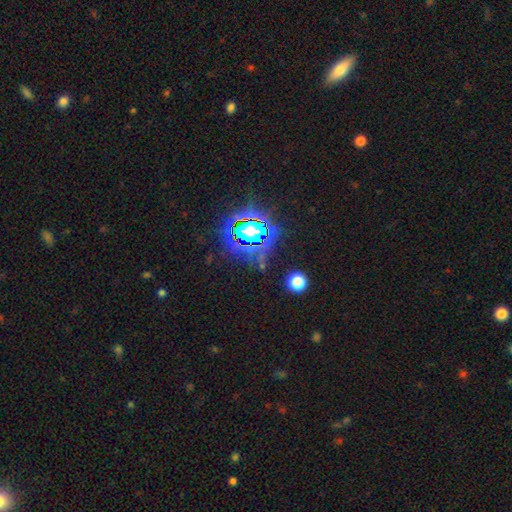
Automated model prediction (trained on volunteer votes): Overall: star or artifact (79%).